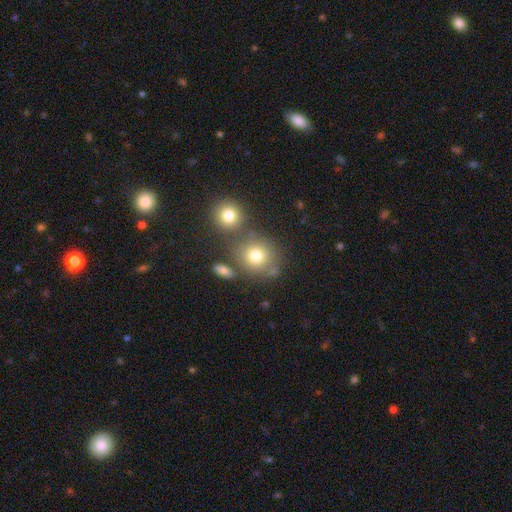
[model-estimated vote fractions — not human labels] Smooth or featured? Predicted: smooth (p=0.76). How rounded? Predicted: round (p=0.79). Merging? Predicted: none (p=0.62).